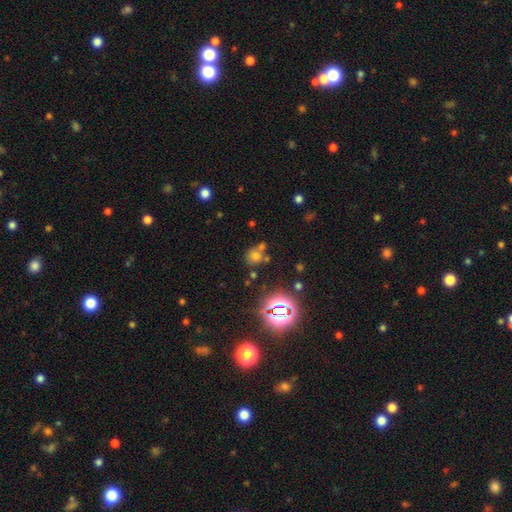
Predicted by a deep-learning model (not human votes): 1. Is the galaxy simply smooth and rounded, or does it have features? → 59% smooth, 30% star or artifact, 11% featured or disk.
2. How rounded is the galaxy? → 81% round, 18% in between, 1% cigar-shaped.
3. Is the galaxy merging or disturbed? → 57% none, 27% merger, 11% minor disturbance, 5% major disturbance.